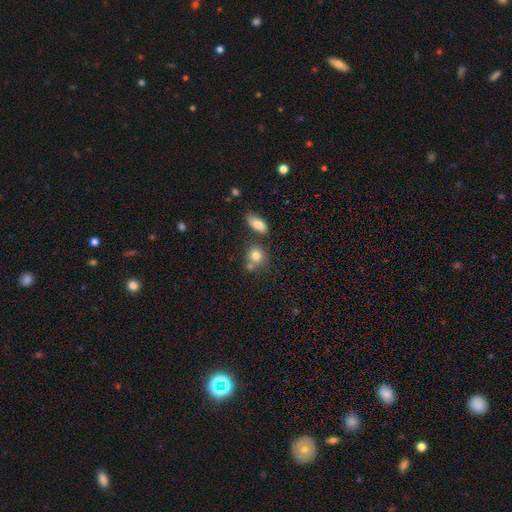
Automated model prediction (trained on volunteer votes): The model was most divided on "merging": none: 55%, merger: 28%, minor disturbance: 13%, major disturbance: 4%. More confident: smooth or featured — smooth (80%); how rounded — round (74%).